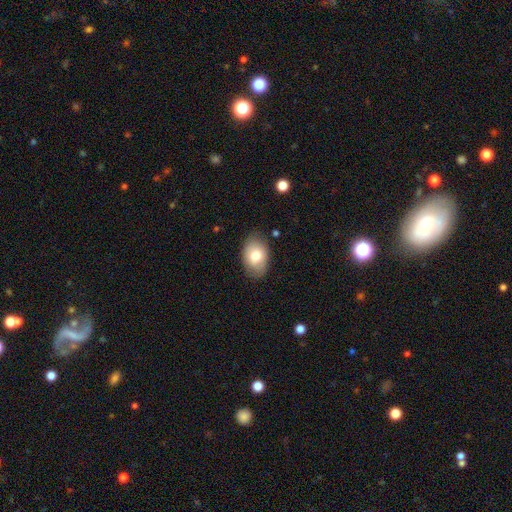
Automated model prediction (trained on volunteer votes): The model was most divided on "smooth or featured": smooth: 76%, featured or disk: 17%, star or artifact: 7%. More confident: how rounded — in between (86%); merging — none (80%).